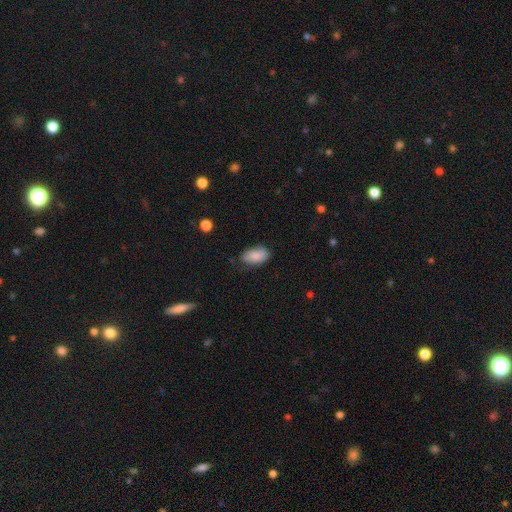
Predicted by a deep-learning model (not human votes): smooth-or-featured: smooth: 86% | star or artifact: 7% | featured or disk: 7%
  how-rounded: in between: 93% | round: 4% | cigar-shaped: 3%
  merging: none: 66% | minor disturbance: 27% | major disturbance: 5% | merger: 2%